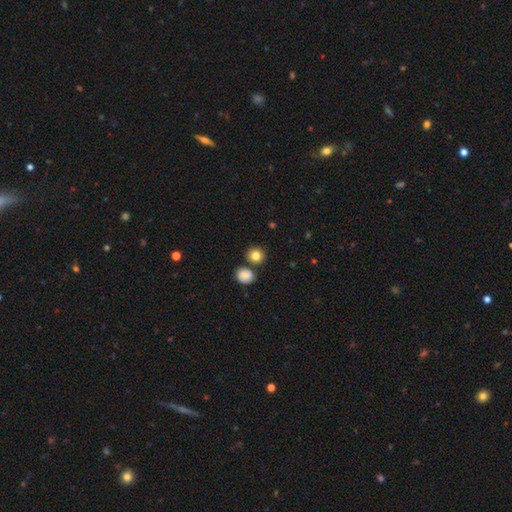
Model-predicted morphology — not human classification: A smooth galaxy with no disk features (83%) that is round (86%).

Vote fractions:
- Smooth or featured? smooth: 83% / star or artifact: 10% / featured or disk: 7%
- How rounded? round: 86% / in between: 13% / cigar-shaped: 1%
- Merging? none: 75% / merger: 14% / minor disturbance: 9% / major disturbance: 3%